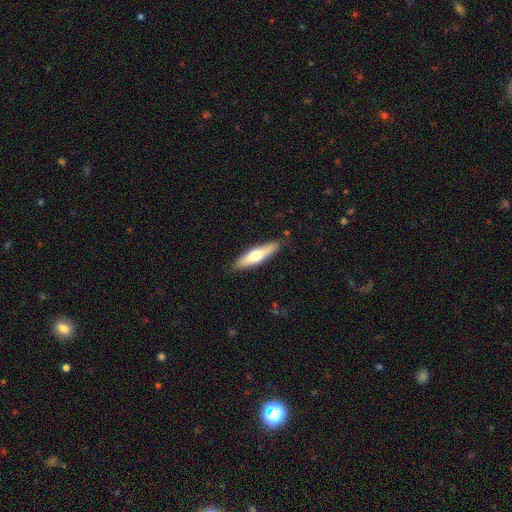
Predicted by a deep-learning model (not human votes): This is possibly a smooth galaxy (55%). How rounded: likely cigar-shaped (72%). Merging: clearly none (88%).